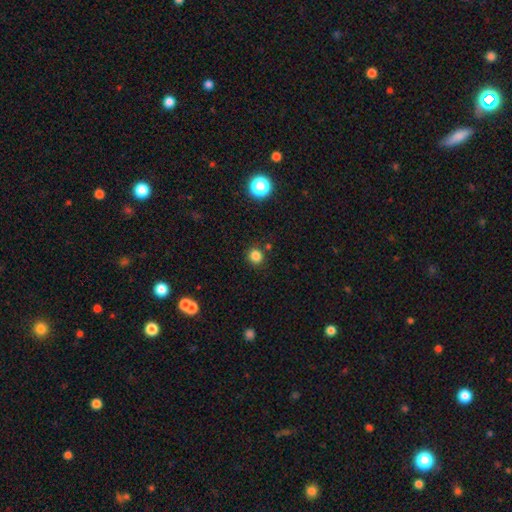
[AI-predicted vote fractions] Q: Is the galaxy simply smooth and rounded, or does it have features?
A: smooth — 82%.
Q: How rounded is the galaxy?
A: round — 85%.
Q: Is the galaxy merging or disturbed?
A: none — 86%.